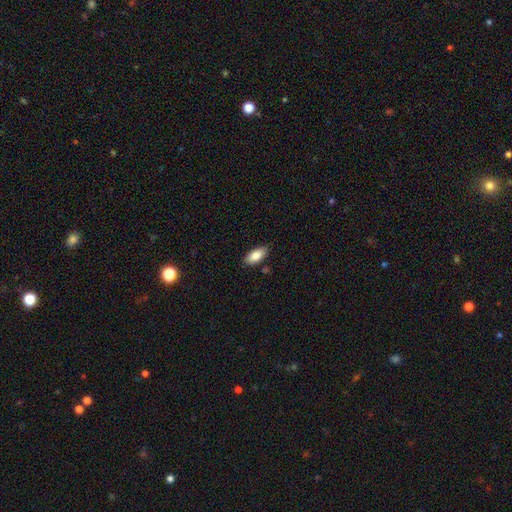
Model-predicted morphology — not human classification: Smooth or featured: smooth — 82% (featured or disk — 11%)
How rounded: in between — 91% (cigar-shaped — 7%)
Merging: none — 85% (minor disturbance — 11%)